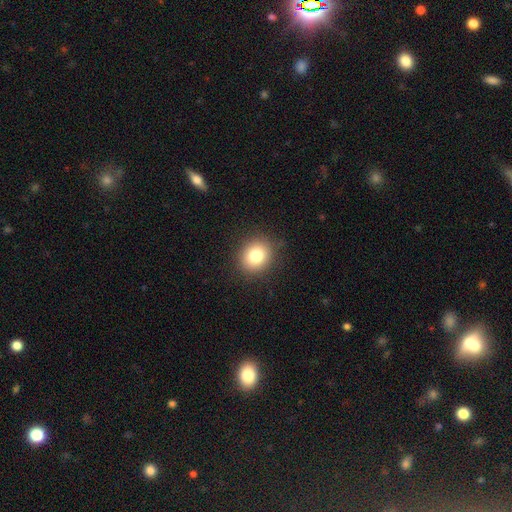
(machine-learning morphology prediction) A smooth galaxy with no disk features (81%) that is round (76%). Merging: none (88%).